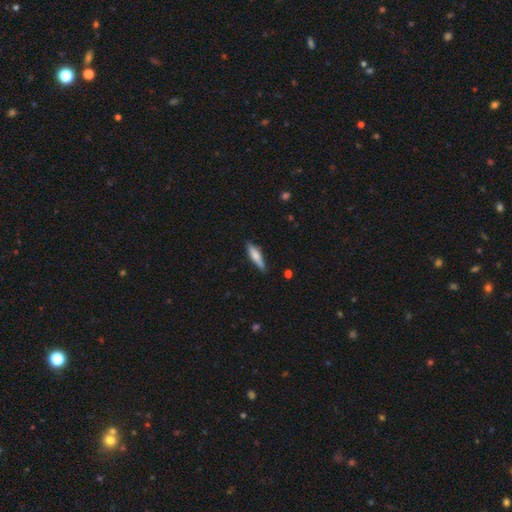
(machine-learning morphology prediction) Smooth or featured? Predicted: smooth (p=0.59). How rounded? Predicted: cigar-shaped (p=0.76). Merging? Predicted: none (p=0.84).